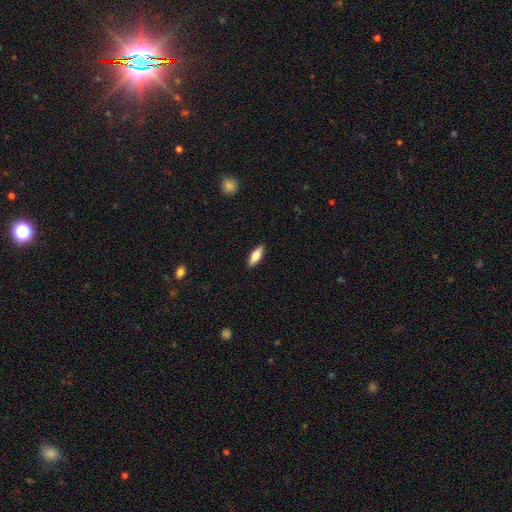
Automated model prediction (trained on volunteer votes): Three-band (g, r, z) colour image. It shows a smooth galaxy with no disk features (72%) that is in between round and cigar-shaped (59%). Merging: none (90%).